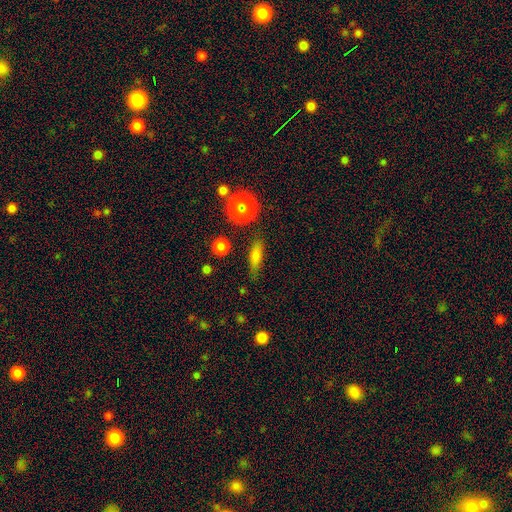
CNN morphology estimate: smooth 73%, star or artifact 14%, featured or disk 13%. Down the decision tree: how rounded — cigar-shaped (50%); merging — none (80%).